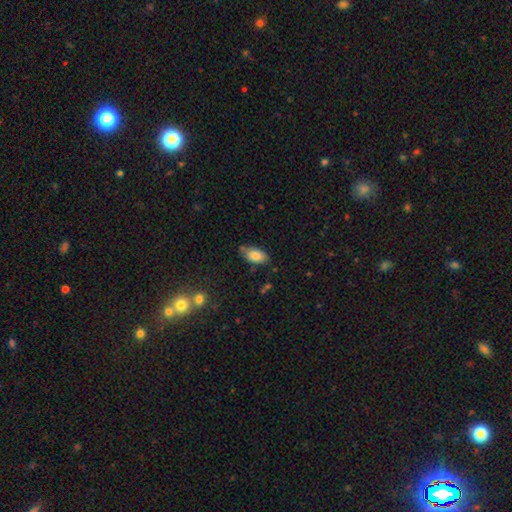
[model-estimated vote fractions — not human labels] Smooth or featured? Predicted: smooth (p=0.82). How rounded? Predicted: in between (p=0.93). Merging? Predicted: none (p=0.68).